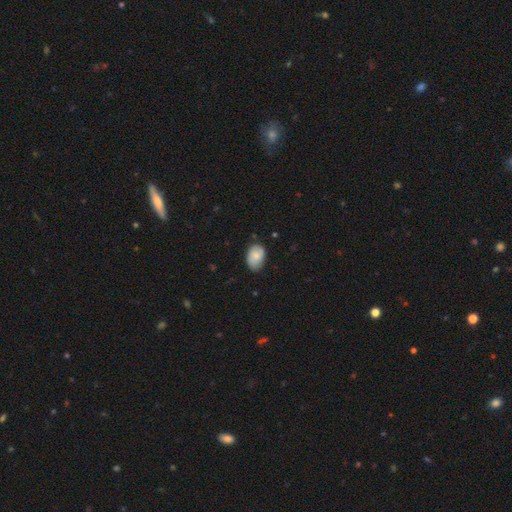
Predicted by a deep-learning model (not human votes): smooth-or-featured: smooth: 77% | featured or disk: 17% | star or artifact: 7%
  how-rounded: in between: 85% | round: 14% | cigar-shaped: 1%
  merging: none: 69% | minor disturbance: 25% | major disturbance: 4% | merger: 1%